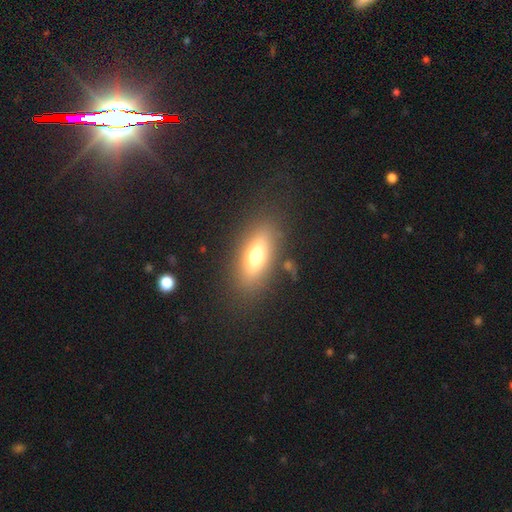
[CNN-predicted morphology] Smooth or featured: smooth — 64% (featured or disk — 26%)
How rounded: in between — 72% (cigar-shaped — 23%)
Merging: none — 82% (minor disturbance — 10%)